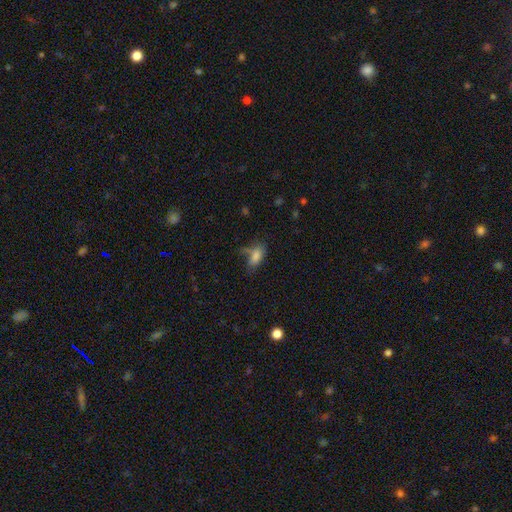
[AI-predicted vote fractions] smooth 81%, star or artifact 10%, featured or disk 9%. Down the decision tree: how rounded — in between (88%); merging — none (50%).